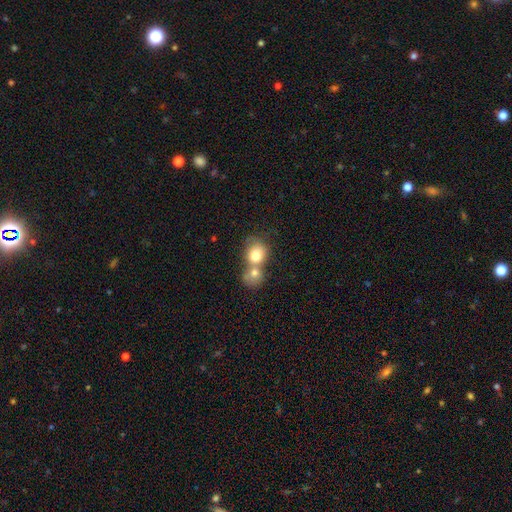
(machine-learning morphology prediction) Smooth or featured? smooth (76%)
How rounded? round (66%)
Merging? merger (68%)